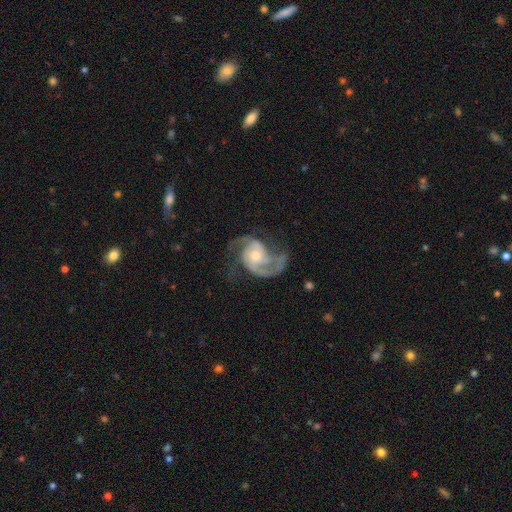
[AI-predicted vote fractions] featured or disk 89%, smooth 6%, star or artifact 4%. Down the decision tree: edge-on disk — no (98%); bar — no (65%); spiral arms — yes (97%); spiral arm count — 2 (83%); spiral winding — medium (53%); bulge size — small (46%); merging — none (59%).